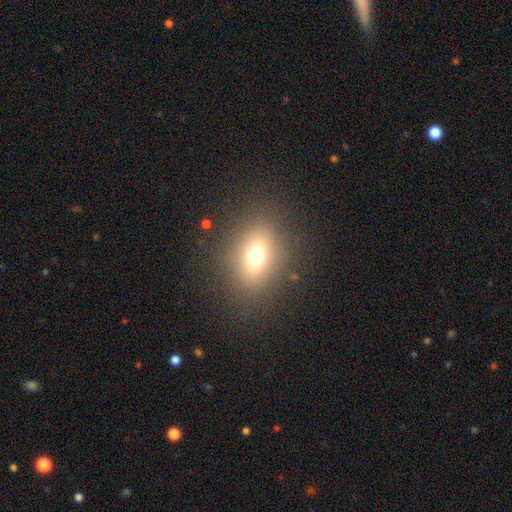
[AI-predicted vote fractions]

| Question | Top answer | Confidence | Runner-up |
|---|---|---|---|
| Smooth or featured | smooth | 69% | star or artifact (18%) |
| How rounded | in between | 57% | round (41%) |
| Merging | none | 84% | minor disturbance (9%) |